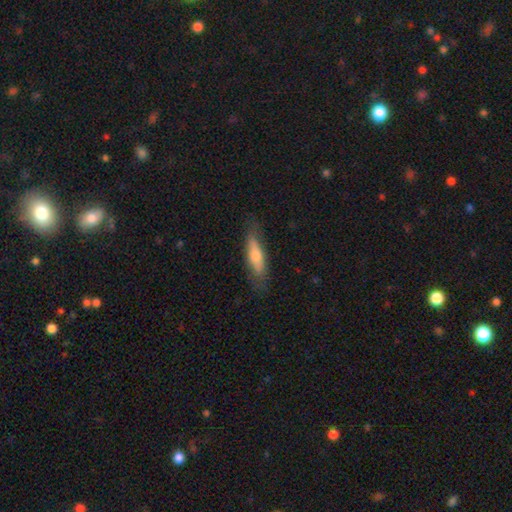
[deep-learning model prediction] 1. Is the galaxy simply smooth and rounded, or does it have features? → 56% smooth, 38% featured or disk, 6% star or artifact.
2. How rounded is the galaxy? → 61% cigar-shaped, 37% in between, 2% round.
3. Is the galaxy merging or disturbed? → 79% none, 16% minor disturbance, 4% major disturbance, 1% merger.